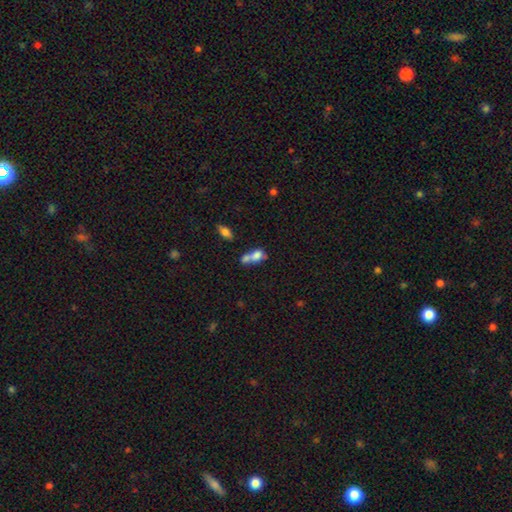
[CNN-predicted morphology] Overall: smooth (73%). How rounded: in between (69%). Merging: merger (62%).